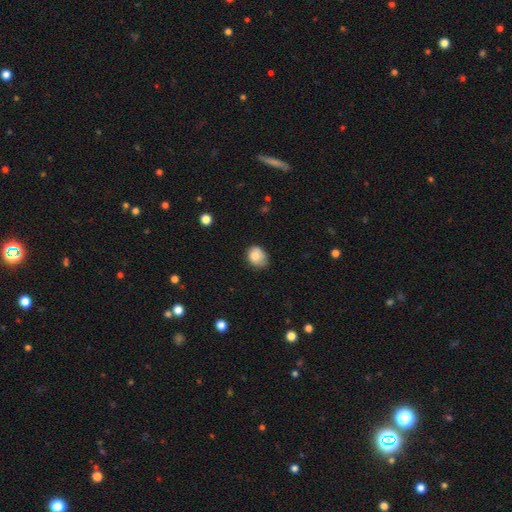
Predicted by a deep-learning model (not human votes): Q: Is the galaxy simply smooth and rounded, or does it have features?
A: smooth — 82%.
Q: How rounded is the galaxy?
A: round — 52%.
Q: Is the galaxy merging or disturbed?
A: none — 57%.